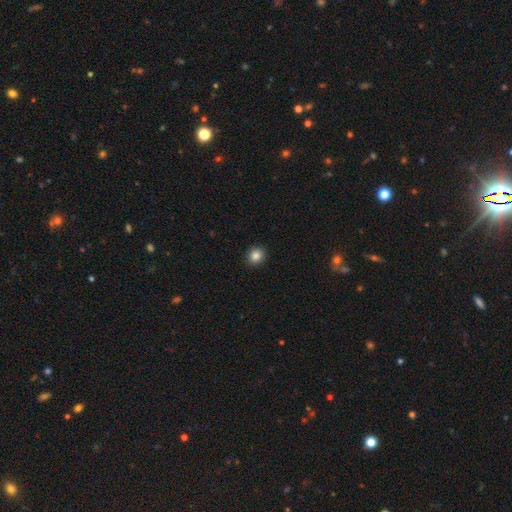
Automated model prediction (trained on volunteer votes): The model was most divided on "how rounded": round: 83%, in between: 16%, cigar-shaped: 1%. More confident: merging — none (92%); smooth or featured — smooth (86%).